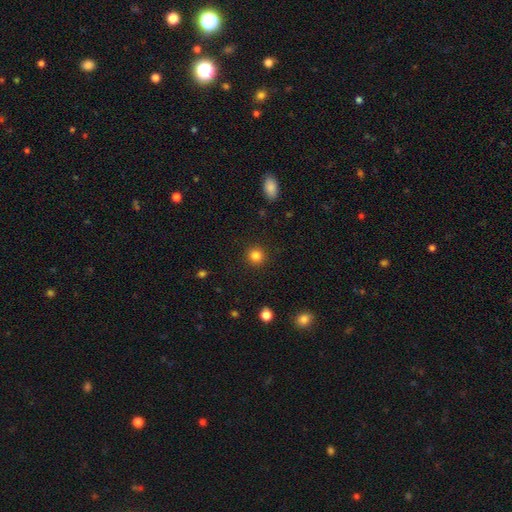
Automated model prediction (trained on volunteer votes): The model was most divided on "smooth or featured": smooth: 84%, star or artifact: 11%, featured or disk: 5%. More confident: how rounded — round (94%); merging — none (92%).